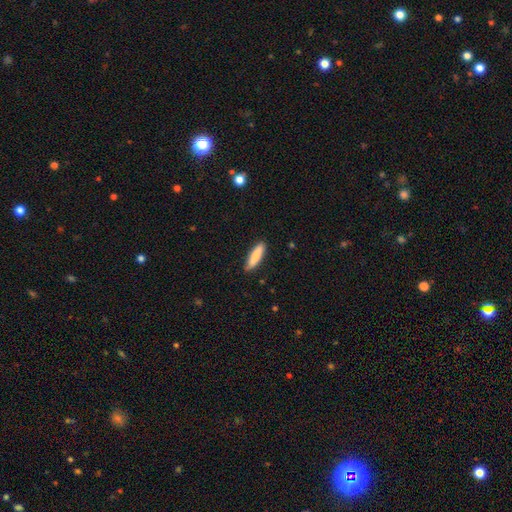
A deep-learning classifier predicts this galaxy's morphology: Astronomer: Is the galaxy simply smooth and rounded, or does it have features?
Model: smooth — 80%.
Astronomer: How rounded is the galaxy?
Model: cigar-shaped — 71%.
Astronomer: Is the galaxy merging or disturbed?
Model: none — 87%.